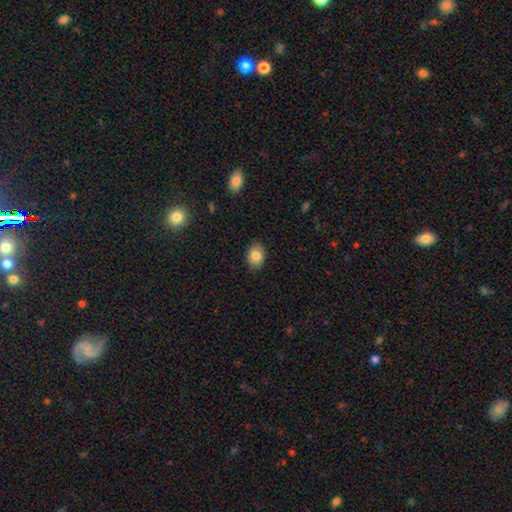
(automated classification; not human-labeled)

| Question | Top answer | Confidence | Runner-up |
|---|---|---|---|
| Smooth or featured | smooth | 84% | star or artifact (9%) |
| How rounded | in between | 67% | round (32%) |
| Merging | none | 88% | minor disturbance (9%) |